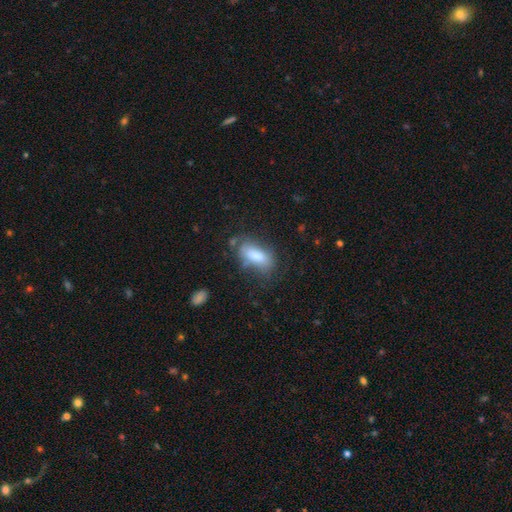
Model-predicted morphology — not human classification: A smooth galaxy with no disk features (76%) that is in between round and cigar-shaped (86%).

Vote fractions:
- Smooth or featured? smooth: 76% / featured or disk: 17% / star or artifact: 7%
- How rounded? in between: 86% / cigar-shaped: 10% / round: 3%
- Merging? none: 58% / minor disturbance: 25% / major disturbance: 12% / merger: 5%